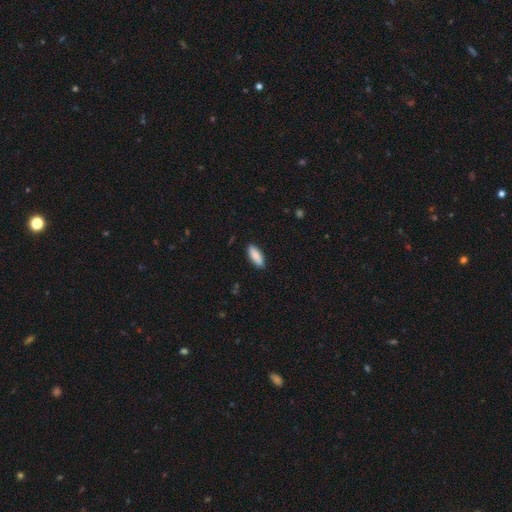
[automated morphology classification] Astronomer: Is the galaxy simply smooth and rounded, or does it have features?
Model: smooth — 88%.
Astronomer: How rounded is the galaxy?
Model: in between — 72%.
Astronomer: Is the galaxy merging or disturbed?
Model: none — 88%.